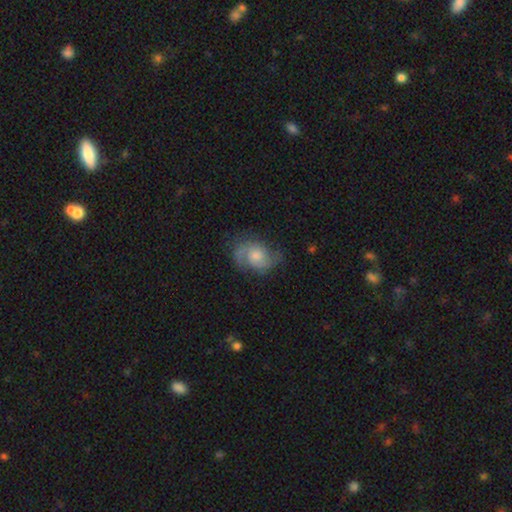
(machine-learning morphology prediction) This is likely a featured or disk galaxy (67%). It is clearly not viewed edge-on (97%). Bar: likely no (71%). Spiral arm pattern: clearly yes (91%). Spiral arm count: likely 2 (78%). Spiral winding: possibly medium (47%). Central bulge: possibly moderate (48%). Merging: likely none (64%).